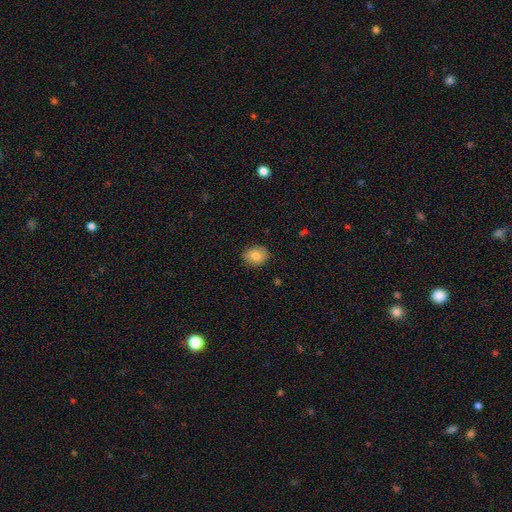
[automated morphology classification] The model was most divided on "how rounded": in between: 51%, round: 48%, cigar-shaped: 1%. More confident: merging — none (87%); smooth or featured — smooth (83%).